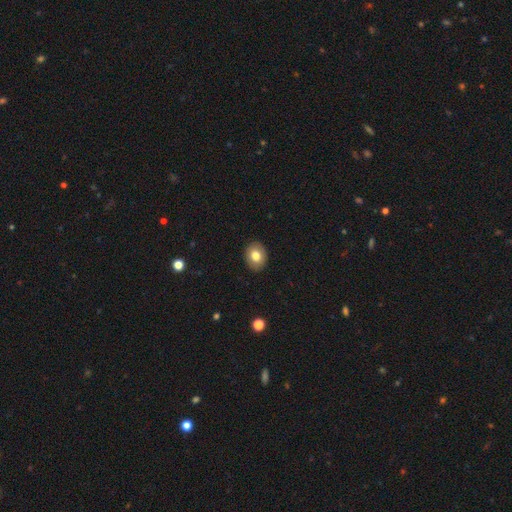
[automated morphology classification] A smooth galaxy with no disk features (79%) that is in between round and cigar-shaped (57%).

Vote fractions:
- Smooth or featured? smooth: 79% / featured or disk: 13% / star or artifact: 9%
- How rounded? in between: 57% / round: 42% / cigar-shaped: 1%
- Merging? none: 90% / minor disturbance: 7% / major disturbance: 2% / merger: 1%